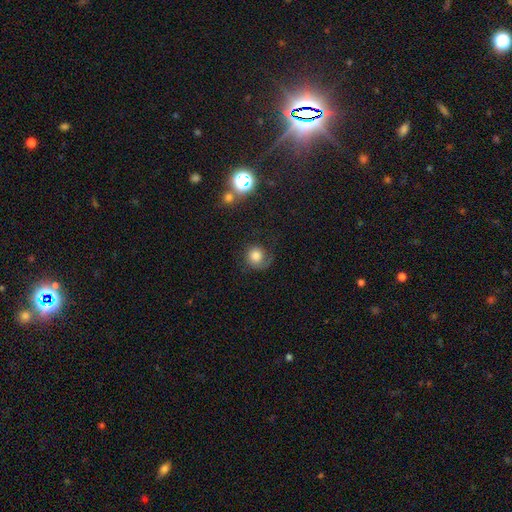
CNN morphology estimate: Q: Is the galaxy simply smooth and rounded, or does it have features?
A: smooth — 65%.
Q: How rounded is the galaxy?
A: round — 85%.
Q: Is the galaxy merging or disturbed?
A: none — 53%.